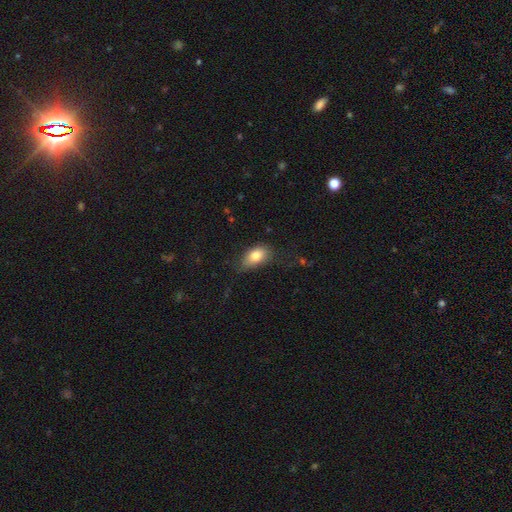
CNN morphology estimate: This is likely a smooth galaxy (80%). How rounded: clearly in between (88%). Merging: likely none (63%).